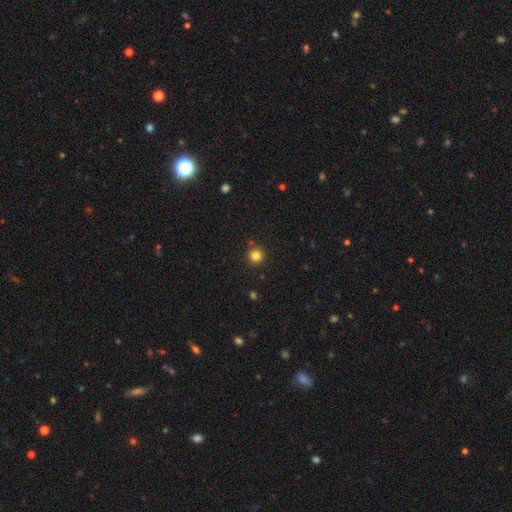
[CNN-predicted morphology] This appears to be a smooth galaxy with no disk features (82%) that is round (95%). Merging: none (88%).